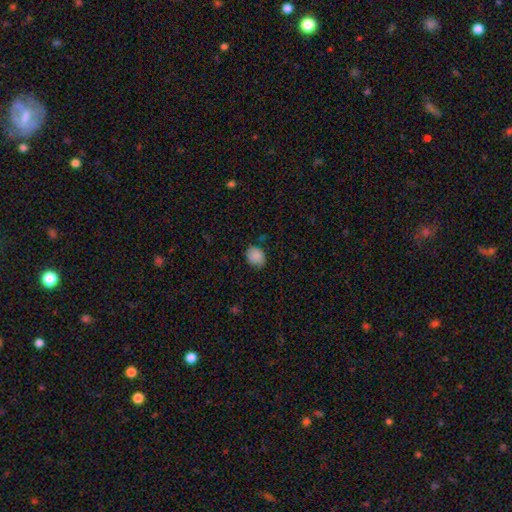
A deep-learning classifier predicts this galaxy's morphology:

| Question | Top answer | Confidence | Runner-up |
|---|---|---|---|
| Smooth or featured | smooth | 88% | star or artifact (8%) |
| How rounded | round | 57% | in between (42%) |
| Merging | none | 78% | minor disturbance (18%) |